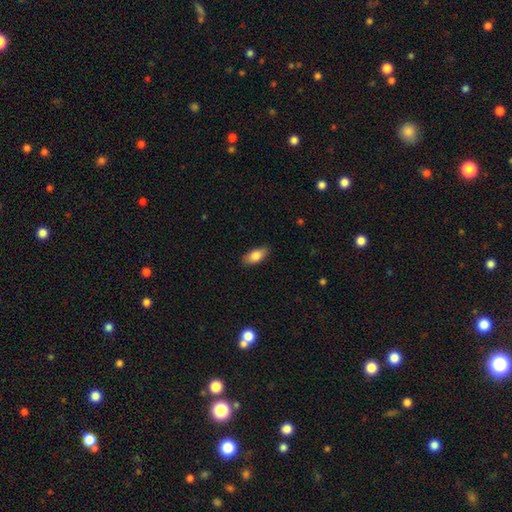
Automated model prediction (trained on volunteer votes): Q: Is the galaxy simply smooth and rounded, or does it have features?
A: smooth — 82%.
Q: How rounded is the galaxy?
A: in between — 87%.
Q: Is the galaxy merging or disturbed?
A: none — 85%.